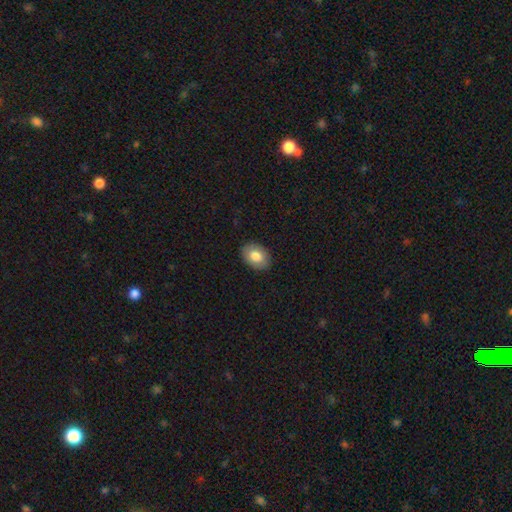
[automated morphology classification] The model was most divided on "how rounded": in between: 80%, round: 19%, cigar-shaped: 1%. More confident: merging — none (89%); smooth or featured — smooth (81%).